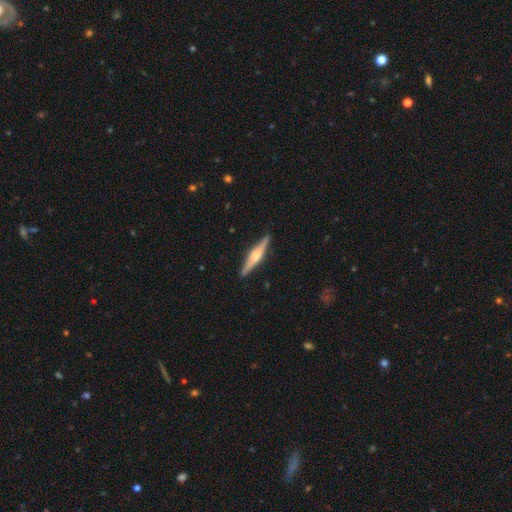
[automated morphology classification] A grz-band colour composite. It shows a featured or disk galaxy (69%) viewed edge-on (97%) with a rounded central bulge (85%). Merging: none (90%).